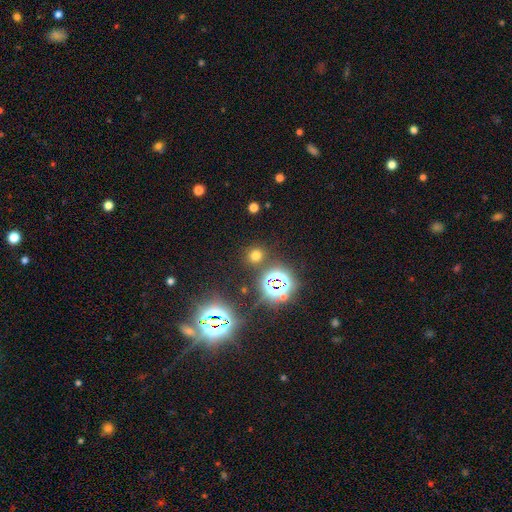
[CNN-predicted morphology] Smooth or featured? Predicted: smooth (p=0.60). How rounded? Predicted: round (p=0.86). Merging? Predicted: none (p=0.85).